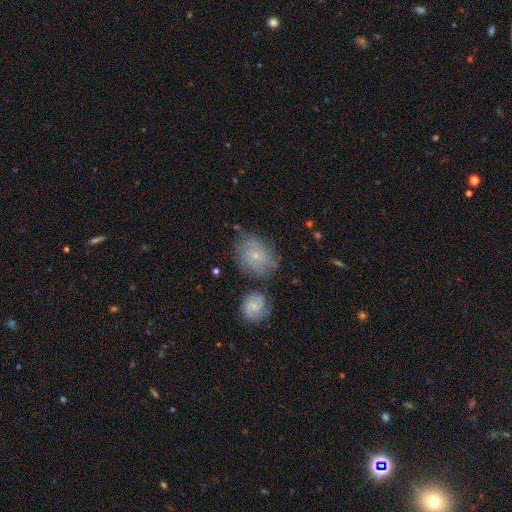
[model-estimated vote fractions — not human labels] Smooth or featured: featured or disk — 61% (smooth — 31%)
Edge-on disk: no — 96% (yes — 4%)
Bar: no — 70% (weak — 26%)
Spiral arms: yes — 86% (no — 14%)
Spiral winding: tight — 56% (medium — 33%)
Spiral arm count: can't tell — 40% (2 — 32%)
Bulge size: small — 76% (moderate — 19%)
Merging: none — 62% (minor disturbance — 20%)